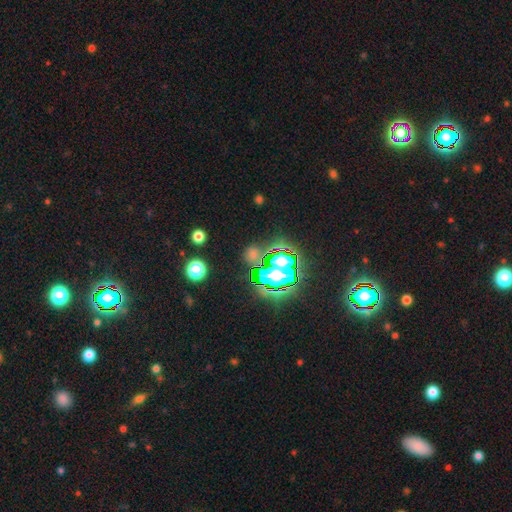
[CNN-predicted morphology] This is likely a star or artifact rather than a galaxy (62%).